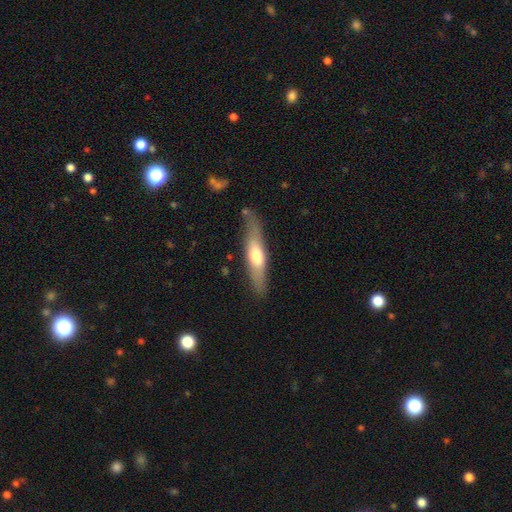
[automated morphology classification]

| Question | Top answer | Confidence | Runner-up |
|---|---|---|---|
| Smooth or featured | smooth | 52% | featured or disk (43%) |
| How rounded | cigar-shaped | 74% | in between (25%) |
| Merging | none | 77% | minor disturbance (15%) |